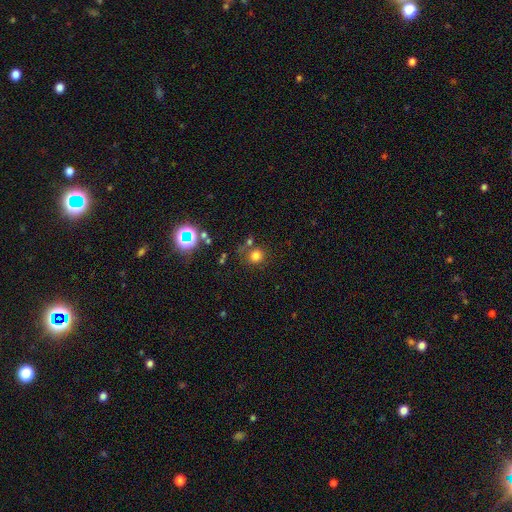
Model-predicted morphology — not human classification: This is likely a smooth galaxy (74%). How rounded: clearly round (87%). Merging: likely none (69%).